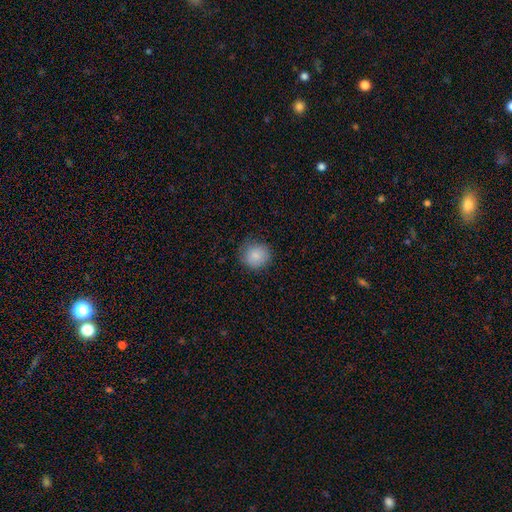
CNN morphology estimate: A smooth galaxy with no disk features (86%) that is round (89%).

Vote fractions:
- Smooth or featured? smooth: 86% / star or artifact: 8% / featured or disk: 6%
- How rounded? round: 89% / in between: 10% / cigar-shaped: 1%
- Merging? none: 81% / minor disturbance: 15% / major disturbance: 4% / merger: 1%